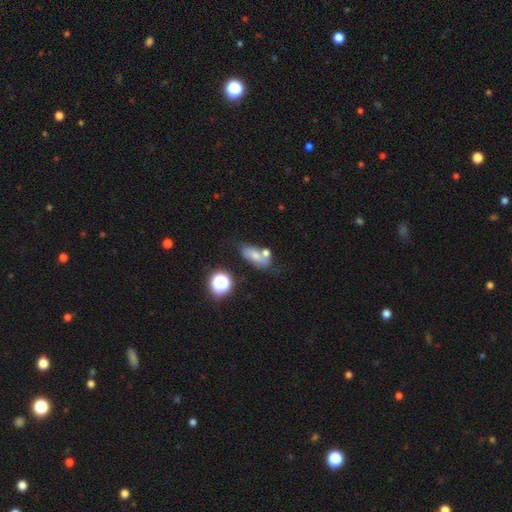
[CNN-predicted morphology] A smooth galaxy with no disk features (59%) that is in between round and cigar-shaped (81%).

Vote fractions:
- Smooth or featured? smooth: 59% / featured or disk: 26% / star or artifact: 15%
- How rounded? in between: 81% / round: 13% / cigar-shaped: 7%
- Merging? none: 44% / merger: 27% / minor disturbance: 20% / major disturbance: 10%